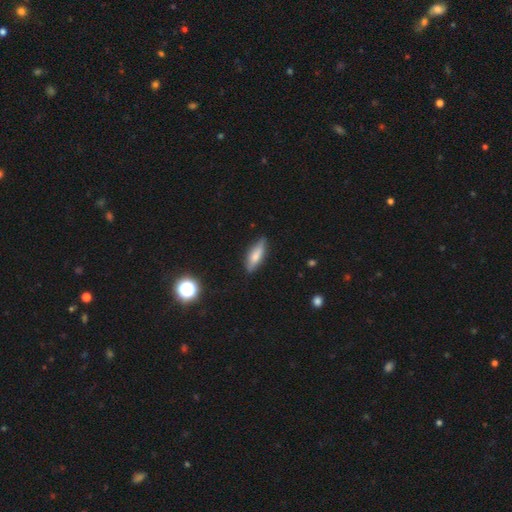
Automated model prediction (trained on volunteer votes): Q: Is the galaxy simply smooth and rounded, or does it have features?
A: smooth — 71%.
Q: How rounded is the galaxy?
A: in between — 53%.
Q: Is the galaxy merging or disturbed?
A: none — 81%.